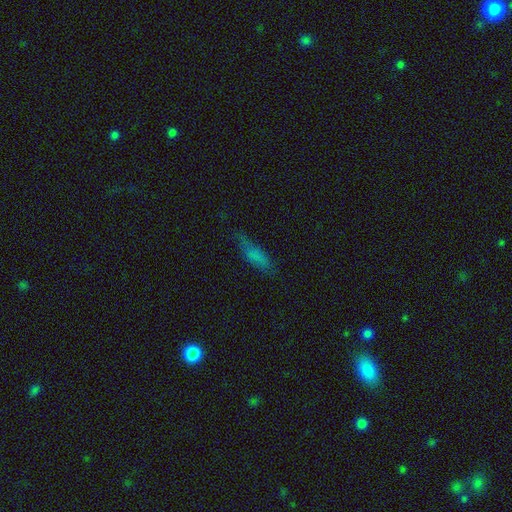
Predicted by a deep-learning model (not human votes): smooth-or-featured: smooth: 70% | featured or disk: 17% | star or artifact: 13%
  how-rounded: cigar-shaped: 56% | in between: 41% | round: 3%
  merging: none: 66% | minor disturbance: 25% | major disturbance: 7% | merger: 2%